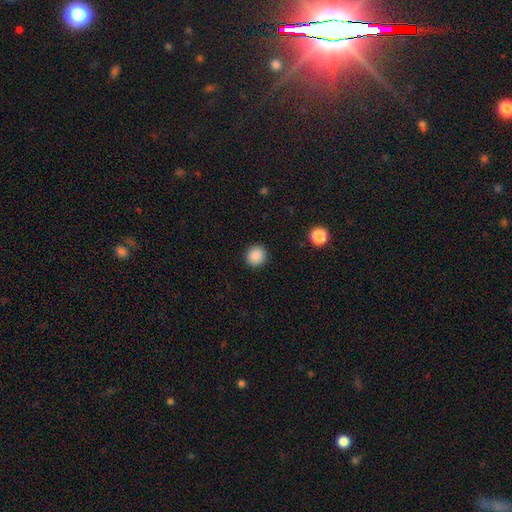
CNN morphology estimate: Smooth or featured? smooth (88%)
How rounded? round (93%)
Merging? none (92%)